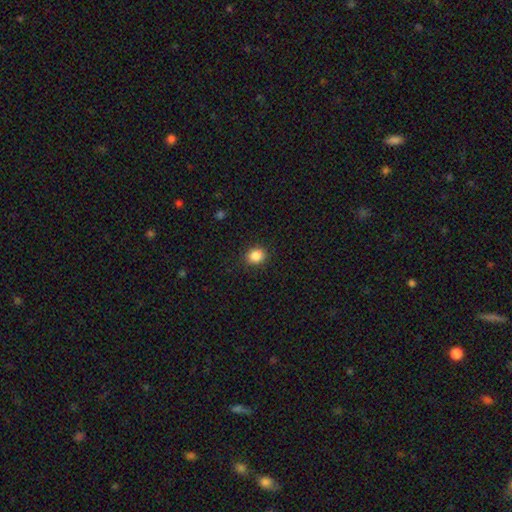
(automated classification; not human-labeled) smooth_or_featured: smooth (p=0.87) [alt: star or artifact p=0.10]
how_rounded: round (p=0.67) [alt: in between p=0.32]
merging: none (p=0.89) [alt: minor disturbance p=0.08]